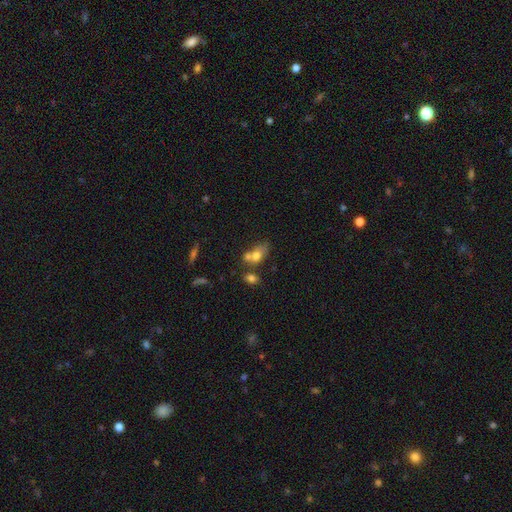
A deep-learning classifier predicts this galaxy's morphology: This is likely a smooth galaxy (69%). How rounded: likely in between (74%). Merging: possibly merger (51%).